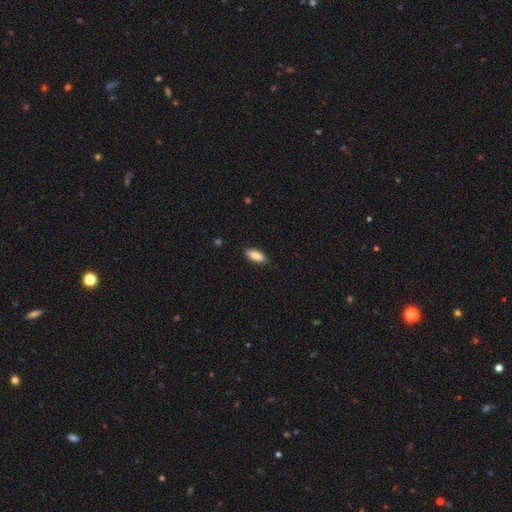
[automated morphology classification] Q: Smooth or featured?
A: smooth (81%); runner-up: featured or disk (12%)
Q: How rounded?
A: in between (80%); runner-up: cigar-shaped (18%)
Q: Merging?
A: none (88%); runner-up: minor disturbance (9%)